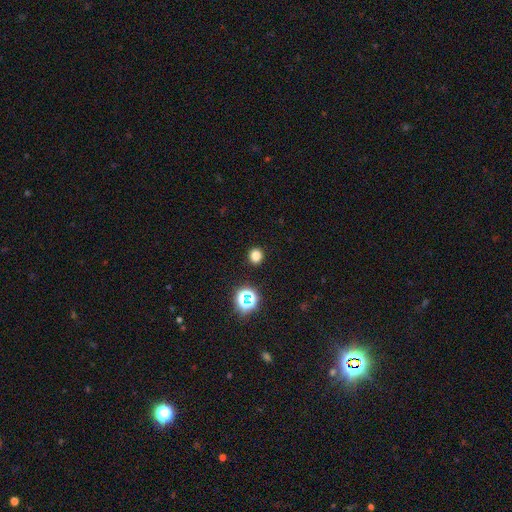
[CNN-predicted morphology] Smooth or featured? smooth (77%)
How rounded? round (83%)
Merging? none (91%)